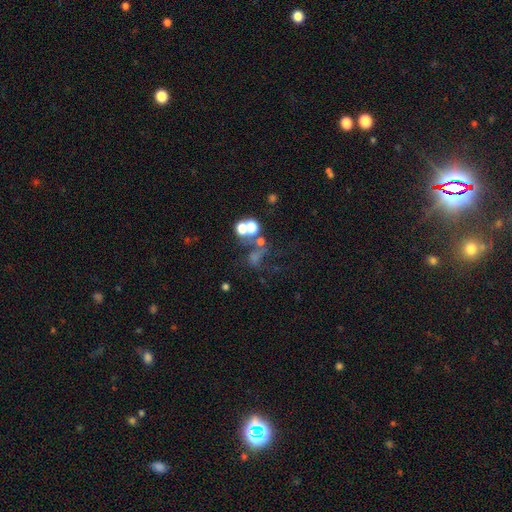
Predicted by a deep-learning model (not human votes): smooth-or-featured: star or artifact: 53% | smooth: 25% | featured or disk: 23%